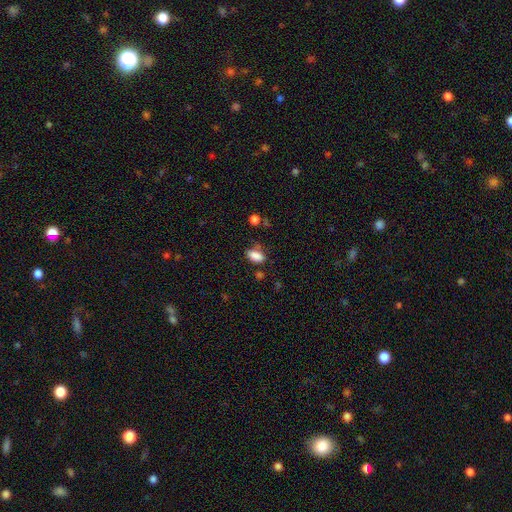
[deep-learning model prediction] Smooth or featured? Predicted: smooth (p=0.86). How rounded? Predicted: in between (p=0.90). Merging? Predicted: none (p=0.65).